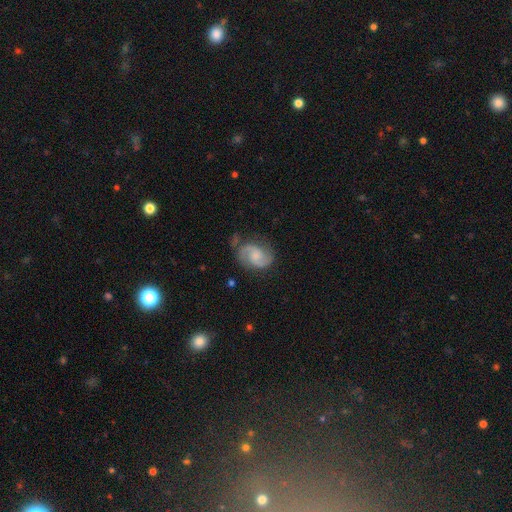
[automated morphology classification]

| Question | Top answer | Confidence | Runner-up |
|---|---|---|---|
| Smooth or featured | featured or disk | 79% | smooth (15%) |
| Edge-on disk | no | 98% | yes (2%) |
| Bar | no | 53% | weak (41%) |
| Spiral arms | yes | 96% | no (4%) |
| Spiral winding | medium | 52% | loose (28%) |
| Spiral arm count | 2 | 91% | can't tell (4%) |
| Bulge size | small | 35% | moderate (32%) |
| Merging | none | 70% | minor disturbance (19%) |